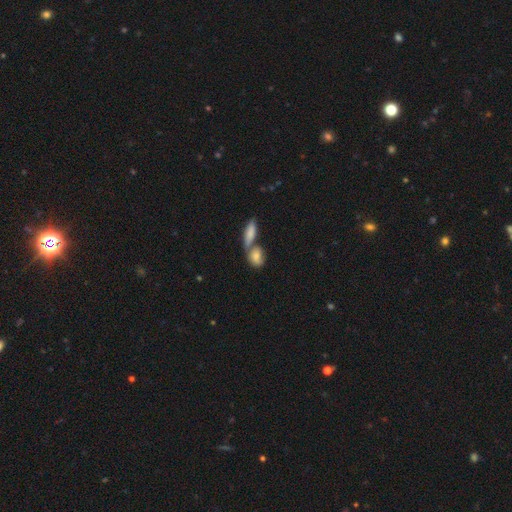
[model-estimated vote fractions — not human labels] Morphology: type=smooth (73%); roundness=in between (71%); merging=merger (54%).